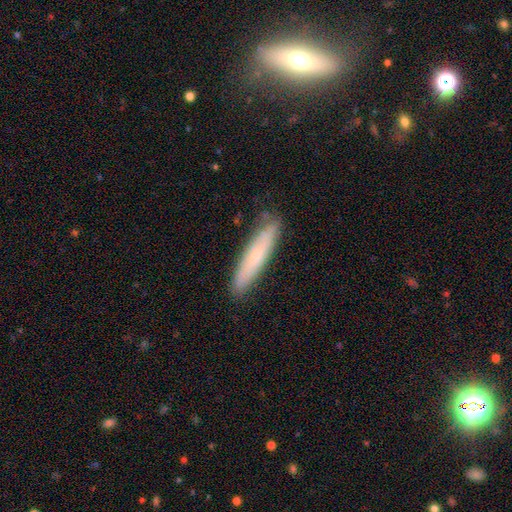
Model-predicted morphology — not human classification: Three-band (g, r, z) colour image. It shows a smooth galaxy with no disk features (63%) that is cigar-shaped (89%). Merging: none (85%).